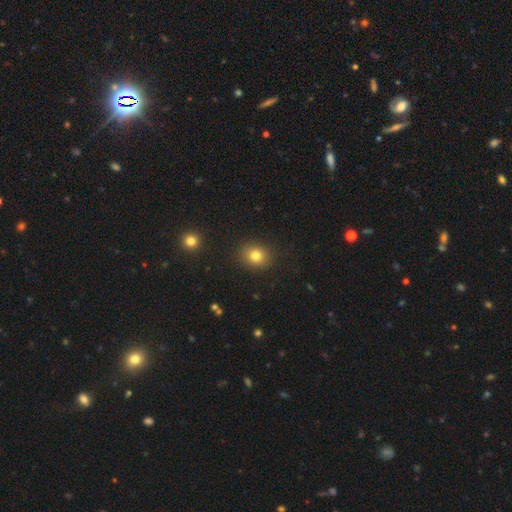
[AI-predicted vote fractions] Morphology: type=smooth (81%); roundness=round (71%); merging=none (88%).